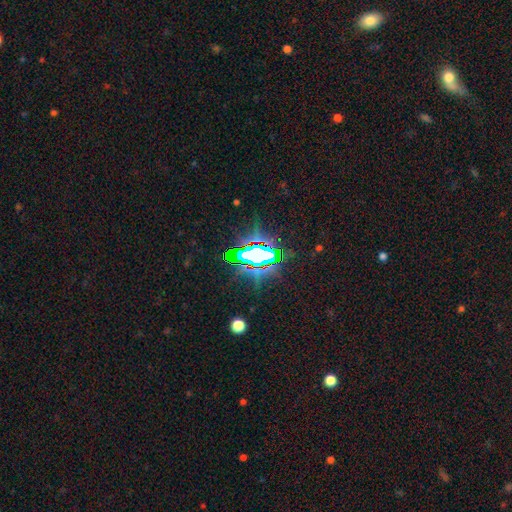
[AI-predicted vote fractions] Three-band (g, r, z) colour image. It shows a star or artifact, not a galaxy (68%).